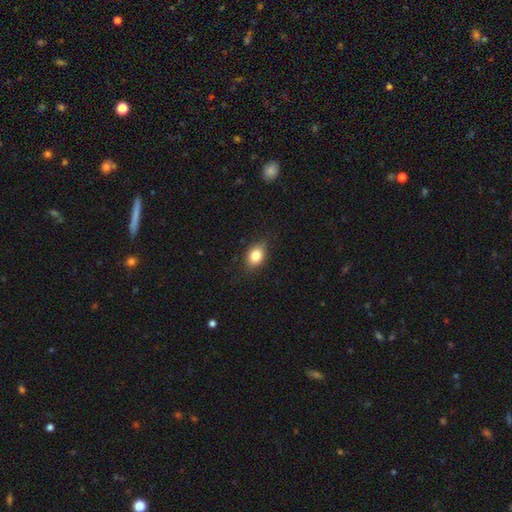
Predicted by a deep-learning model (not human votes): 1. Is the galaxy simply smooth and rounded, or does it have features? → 82% smooth, 9% featured or disk, 9% star or artifact.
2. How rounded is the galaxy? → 73% in between, 26% round, 2% cigar-shaped.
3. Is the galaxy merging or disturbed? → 83% none, 13% minor disturbance, 3% major disturbance, 1% merger.